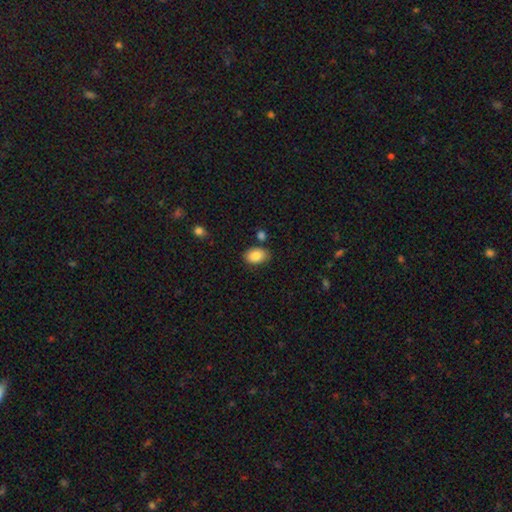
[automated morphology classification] A smooth galaxy with no disk features (84%) that is in between round and cigar-shaped (85%). Merging: none (79%).